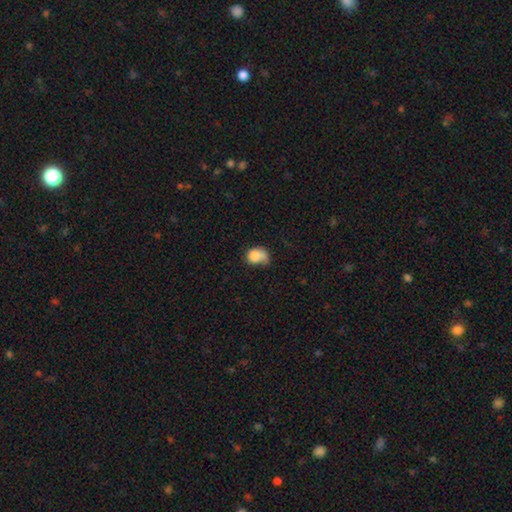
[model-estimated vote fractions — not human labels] Morphology: type=smooth (75%); roundness=in between (50%); merging=none (31%, tied with major disturbance).